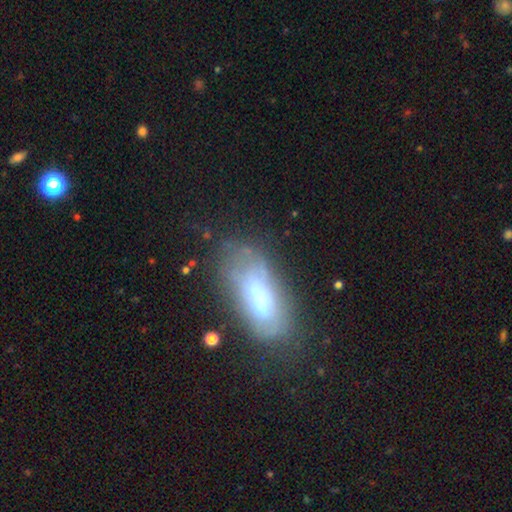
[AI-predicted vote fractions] A smooth galaxy with no disk features (47%). Merging: none (55%).